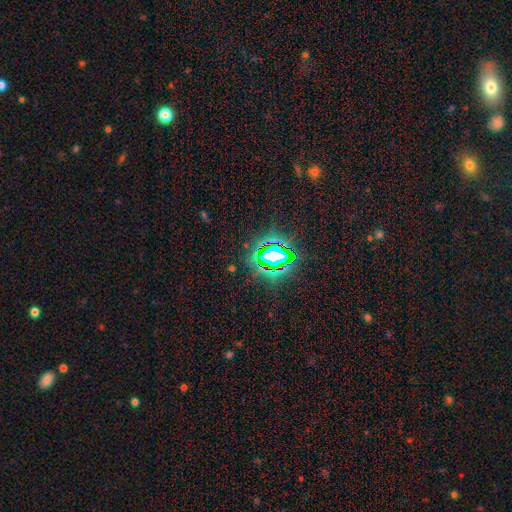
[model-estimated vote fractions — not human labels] The model was most divided on "smooth or featured": star or artifact: 74%, smooth: 19%, featured or disk: 7%.